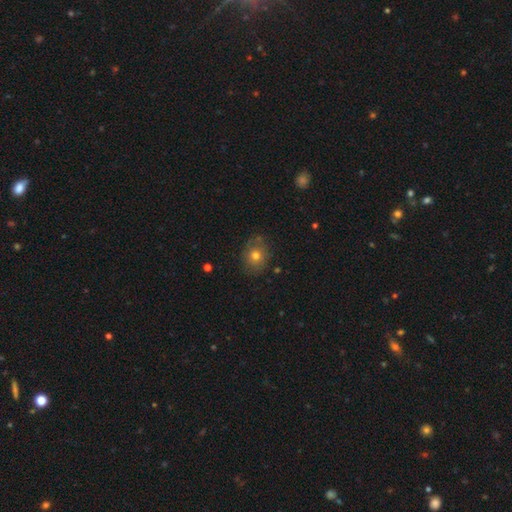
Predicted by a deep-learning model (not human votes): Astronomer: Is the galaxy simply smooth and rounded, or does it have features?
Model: smooth — 71%.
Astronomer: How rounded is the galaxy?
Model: round — 60% (runner-up: in between, 39%).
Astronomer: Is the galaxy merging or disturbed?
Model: none — 77%.